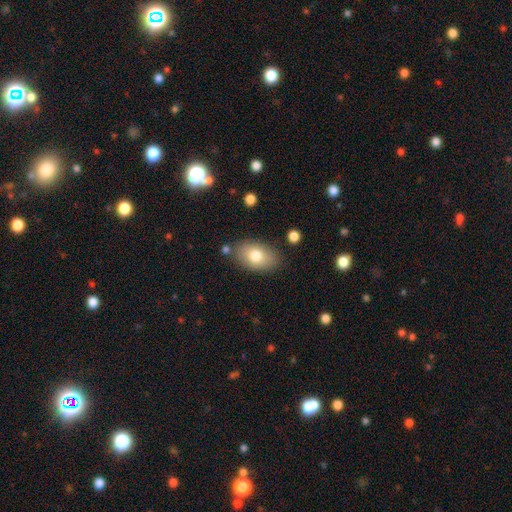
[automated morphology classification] The model was most divided on "smooth or featured": smooth: 77%, featured or disk: 16%, star or artifact: 8%. More confident: how rounded — in between (89%); merging — none (81%).